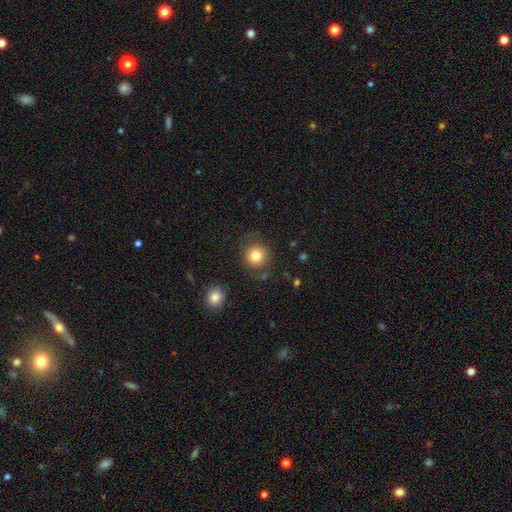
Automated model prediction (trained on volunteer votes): Smooth or featured: smooth — 81% (star or artifact — 10%)
How rounded: round — 92% (in between — 7%)
Merging: none — 81% (minor disturbance — 11%)